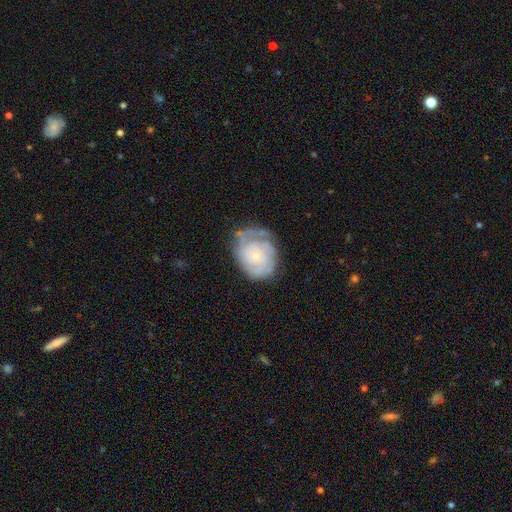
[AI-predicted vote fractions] Smooth or featured: featured or disk — 75% (smooth — 19%)
Edge-on disk: no — 98% (yes — 2%)
Bar: no — 81% (weak — 16%)
Spiral arms: yes — 88% (no — 12%)
Spiral winding: tight — 68% (medium — 25%)
Spiral arm count: can't tell — 40% (2 — 25%)
Bulge size: small — 78% (moderate — 16%)
Merging: none — 56% (minor disturbance — 26%)